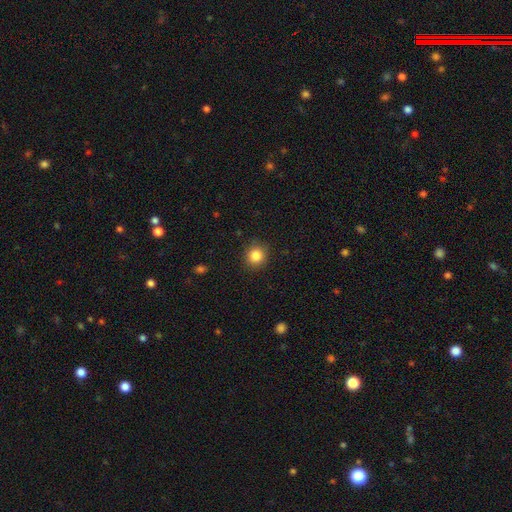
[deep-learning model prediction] Morphology: type=smooth (85%); roundness=round (91%); merging=none (90%).